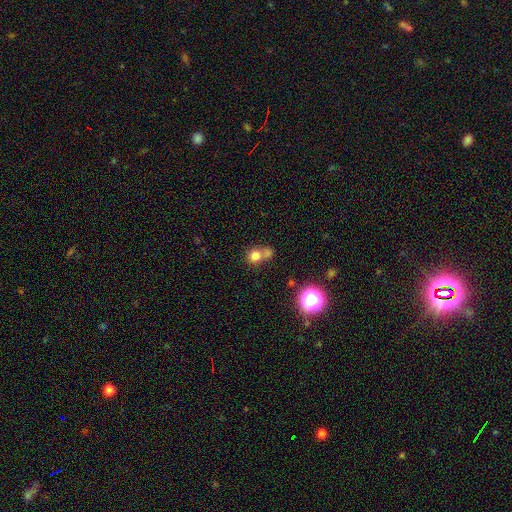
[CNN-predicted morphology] Smooth or featured?
  - smooth: 76% *
  - star or artifact: 14%
  - featured or disk: 10%
How rounded?
  - round: 81% *
  - in between: 18%
  - cigar-shaped: 1%
Merging?
  - merger: 47% *
  - none: 40%
  - minor disturbance: 8%
  - major disturbance: 5%